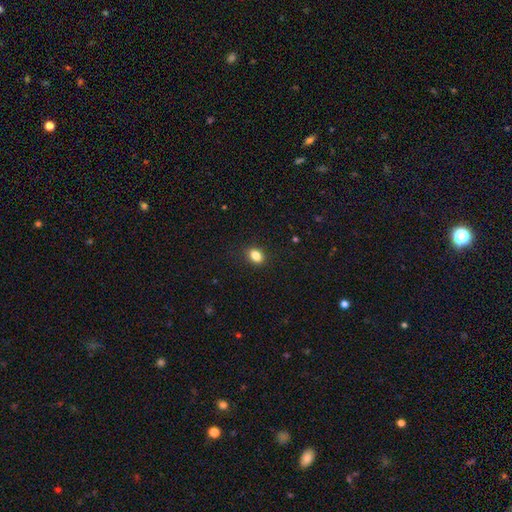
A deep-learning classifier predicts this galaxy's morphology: A smooth galaxy with no disk features (85%) that is in between round and cigar-shaped (75%).

Vote fractions:
- Smooth or featured? smooth: 85% / star or artifact: 10% / featured or disk: 5%
- How rounded? in between: 75% / round: 23% / cigar-shaped: 2%
- Merging? none: 88% / minor disturbance: 9% / major disturbance: 2% / merger: 1%